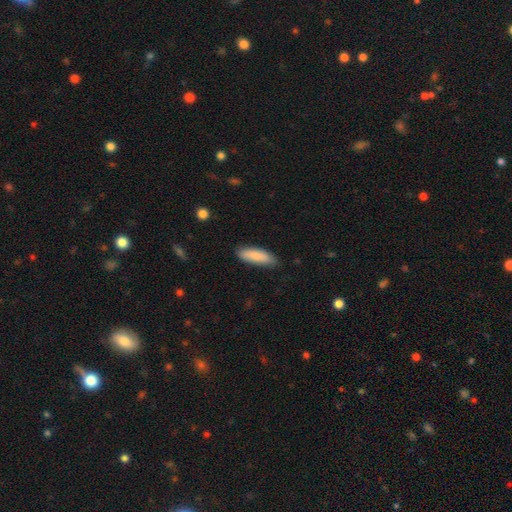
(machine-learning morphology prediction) A smooth galaxy with no disk features (85%) that is in between round and cigar-shaped (50%).

Vote fractions:
- Smooth or featured? smooth: 85% / featured or disk: 10% / star or artifact: 6%
- How rounded? in between: 50% / cigar-shaped: 49% / round: 1%
- Merging? none: 81% / minor disturbance: 16% / major disturbance: 2% / merger: 1%